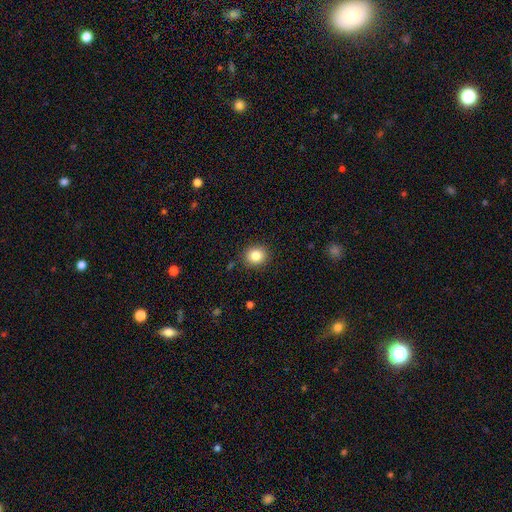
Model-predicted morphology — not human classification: Q: Smooth or featured?
A: smooth (84%); runner-up: star or artifact (10%)
Q: How rounded?
A: round (83%); runner-up: in between (16%)
Q: Merging?
A: none (89%); runner-up: minor disturbance (7%)